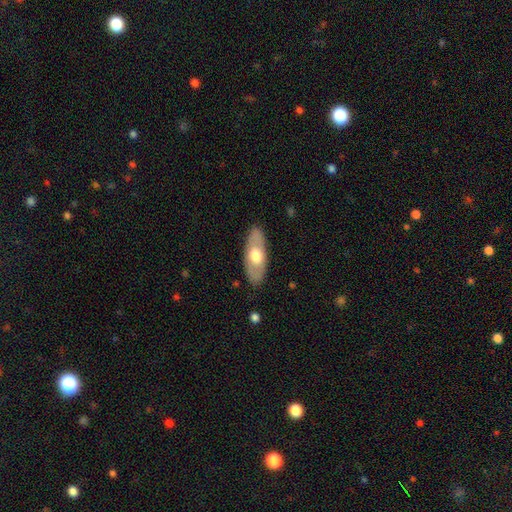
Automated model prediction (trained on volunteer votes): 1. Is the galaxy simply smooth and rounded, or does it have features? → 54% smooth, 41% featured or disk, 5% star or artifact.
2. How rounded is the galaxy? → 81% in between, 16% cigar-shaped, 3% round.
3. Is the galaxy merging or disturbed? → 85% none, 11% minor disturbance, 3% major disturbance, 1% merger.